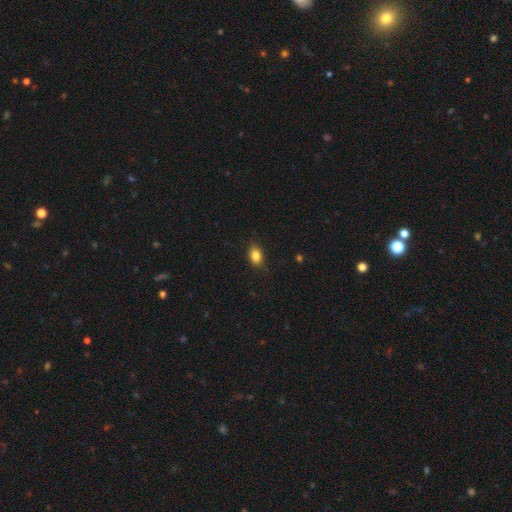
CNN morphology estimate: Overall: smooth (85%). How rounded: in between (78%). Merging: none (83%).